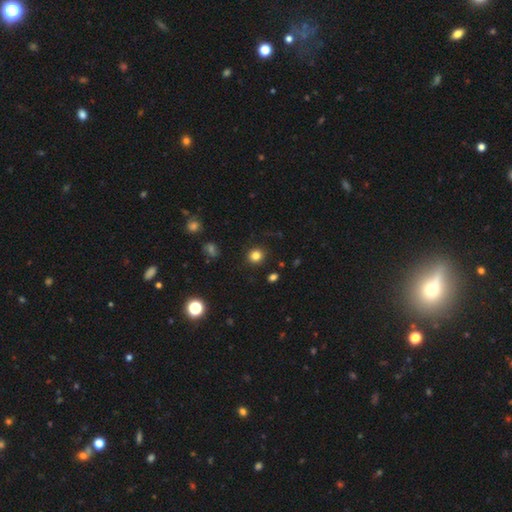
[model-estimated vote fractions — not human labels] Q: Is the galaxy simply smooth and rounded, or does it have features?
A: smooth — 81%.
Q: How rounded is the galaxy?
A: round — 87%.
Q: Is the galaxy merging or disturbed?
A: none — 90%.